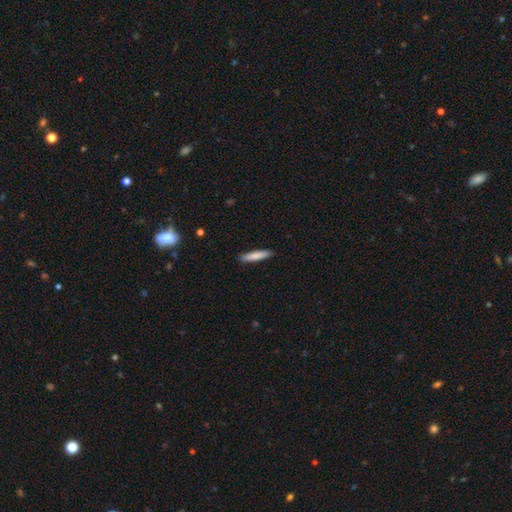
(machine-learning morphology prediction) smooth-or-featured: smooth: 82% | featured or disk: 12% | star or artifact: 6%
  how-rounded: cigar-shaped: 86% | in between: 13% | round: 1%
  merging: none: 90% | minor disturbance: 7% | major disturbance: 2% | merger: 1%